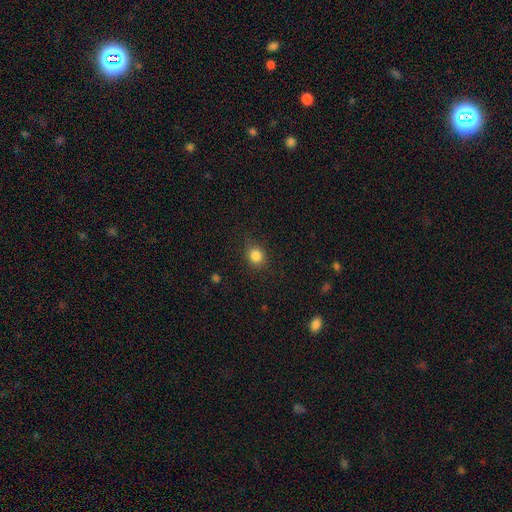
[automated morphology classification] This appears to be a smooth galaxy with no disk features (84%) that is round (77%). Merging: none (83%).